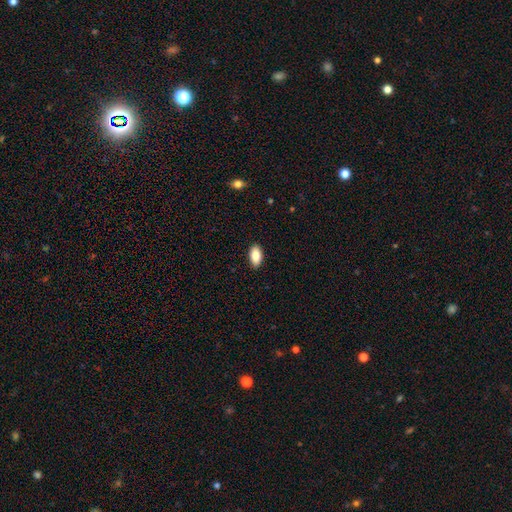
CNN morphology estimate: type=smooth (85%); roundness=in between (93%); merging=none (90%).